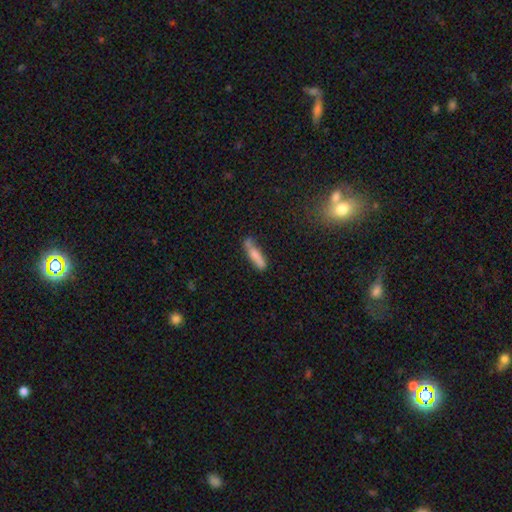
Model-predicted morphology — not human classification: A smooth galaxy with no disk features (69%) that is cigar-shaped (75%).

Vote fractions:
- Smooth or featured? smooth: 69% / featured or disk: 24% / star or artifact: 7%
- How rounded? cigar-shaped: 75% / in between: 23% / round: 2%
- Merging? none: 58% / minor disturbance: 27% / major disturbance: 8% / merger: 7%